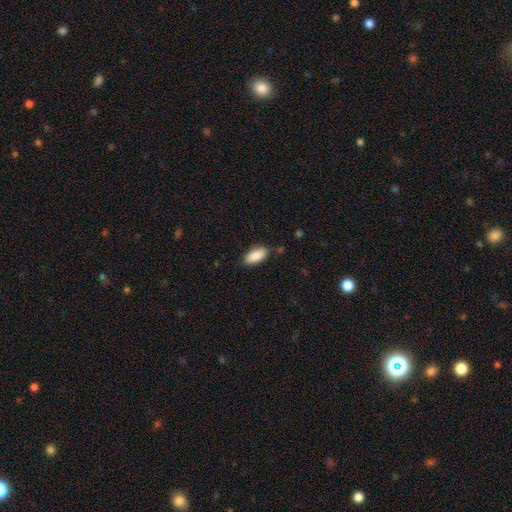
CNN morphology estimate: A smooth galaxy with no disk features (89%) that is in between round and cigar-shaped (89%). Merging: none (81%).